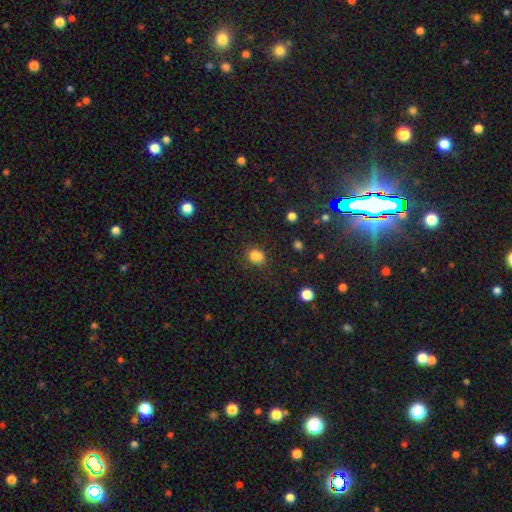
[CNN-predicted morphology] This is clearly a smooth galaxy (82%). How rounded: possibly in between (50%). Merging: likely none (67%).